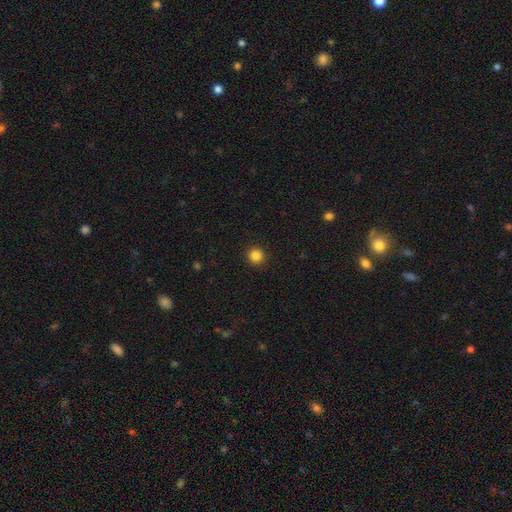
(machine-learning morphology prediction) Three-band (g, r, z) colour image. It shows a smooth galaxy with no disk features (85%) that is round (94%). Merging: none (93%).